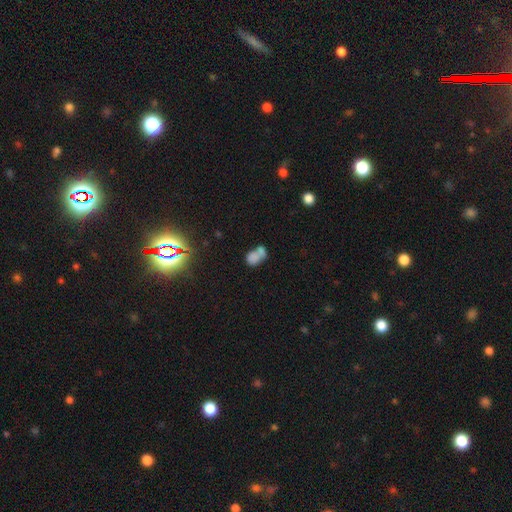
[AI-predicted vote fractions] The model was most divided on "merging": merger: 55%, none: 24%, minor disturbance: 12%, major disturbance: 9%. More confident: smooth or featured — smooth (70%); how rounded — in between (69%).